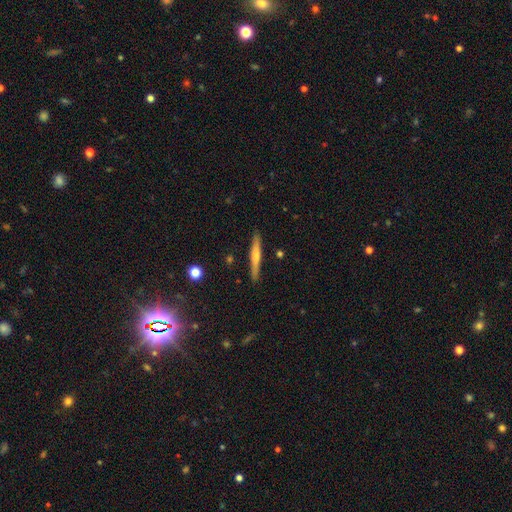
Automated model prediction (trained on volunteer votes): This appears to be a smooth galaxy with no disk features (52%) that is cigar-shaped (94%). Merging: none (90%).